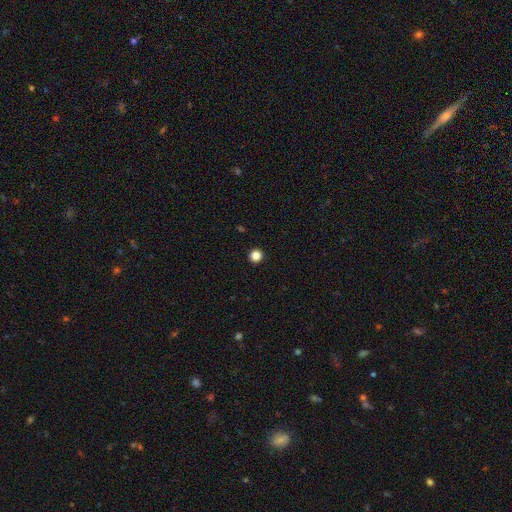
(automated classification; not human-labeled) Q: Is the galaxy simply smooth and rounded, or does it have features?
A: smooth — 85%.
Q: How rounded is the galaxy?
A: round — 96%.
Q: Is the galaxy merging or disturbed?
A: none — 94%.